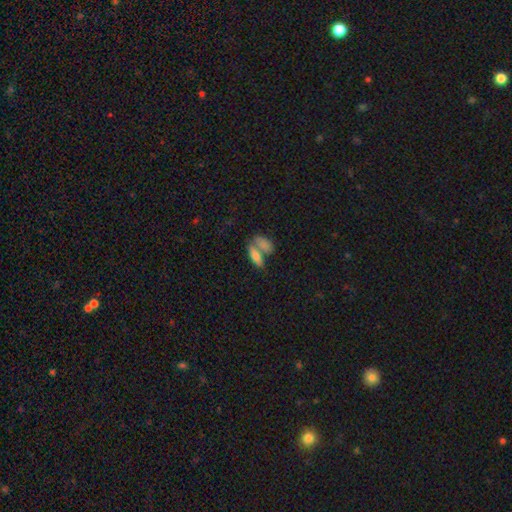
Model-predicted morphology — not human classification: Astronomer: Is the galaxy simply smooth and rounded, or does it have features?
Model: smooth — 77%.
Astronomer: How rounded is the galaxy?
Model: in between — 74%.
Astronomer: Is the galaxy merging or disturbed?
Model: merger — 54% (runner-up: none, 33%).